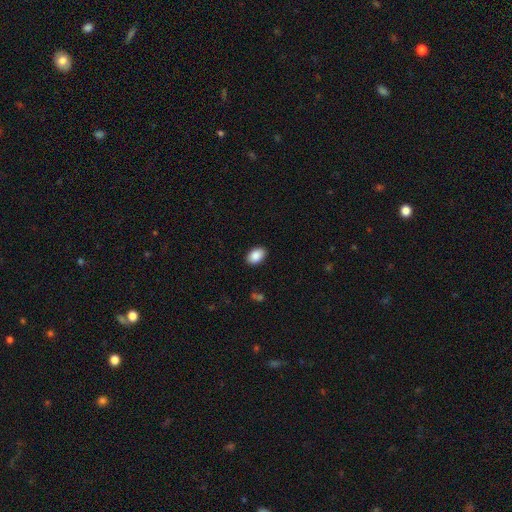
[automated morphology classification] smooth-or-featured: smooth: 89% | star or artifact: 7% | featured or disk: 4%
  how-rounded: in between: 89% | round: 10% | cigar-shaped: 1%
  merging: none: 89% | minor disturbance: 8% | major disturbance: 2% | merger: 1%